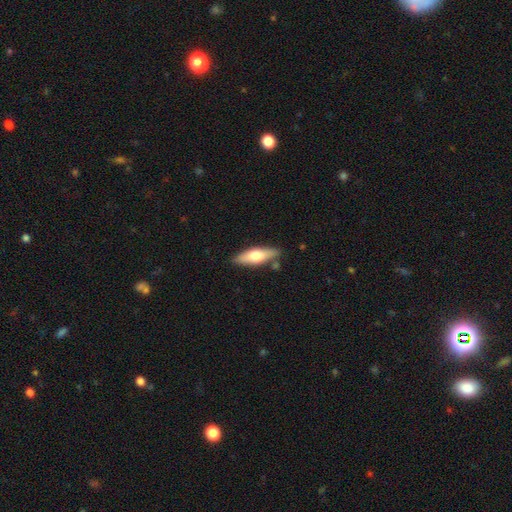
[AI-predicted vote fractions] smooth 61%, featured or disk 33%, star or artifact 5%. Down the decision tree: how rounded — in between (50%); merging — none (80%).